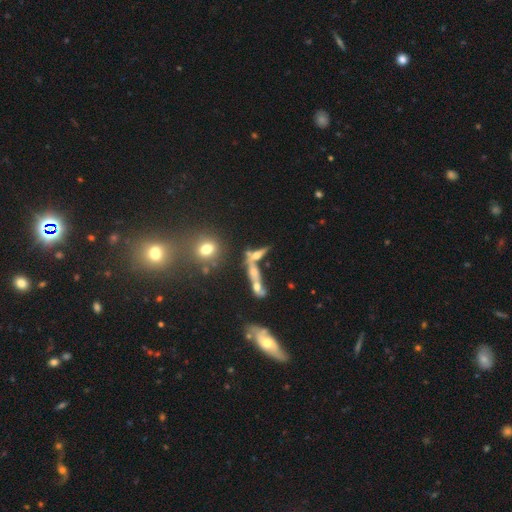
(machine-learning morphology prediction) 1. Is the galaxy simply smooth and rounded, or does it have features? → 48% featured or disk, 34% smooth, 17% star or artifact.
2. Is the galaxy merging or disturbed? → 41% merger, 39% none, 11% minor disturbance, 9% major disturbance.